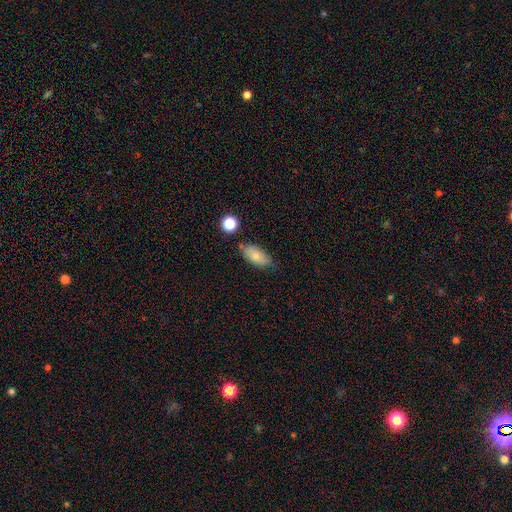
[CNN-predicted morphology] smooth_or_featured: smooth (p=0.77) [alt: featured or disk p=0.15]
how_rounded: in between (p=0.90) [alt: cigar-shaped p=0.05]
merging: none (p=0.65) [alt: minor disturbance p=0.25]